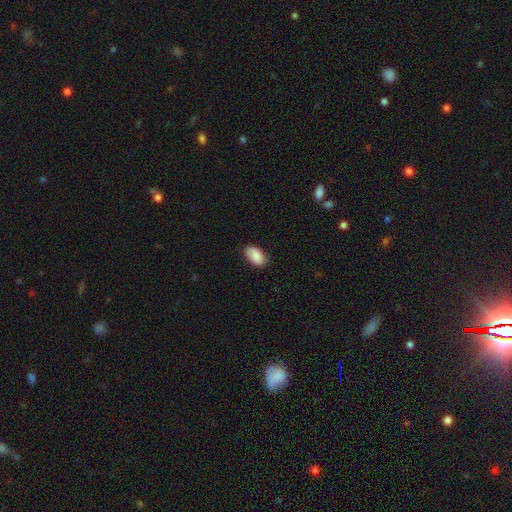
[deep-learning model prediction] A smooth galaxy with no disk features (86%) that is in between round and cigar-shaped (93%). Merging: none (81%).